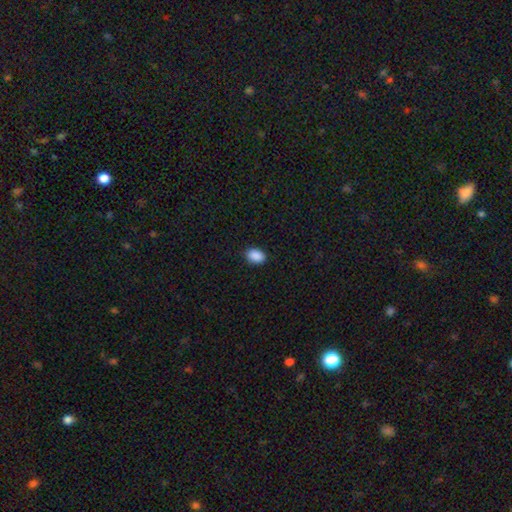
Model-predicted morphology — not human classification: Smooth or featured? Predicted: smooth (p=0.90). How rounded? Predicted: in between (p=0.82). Merging? Predicted: none (p=0.90).